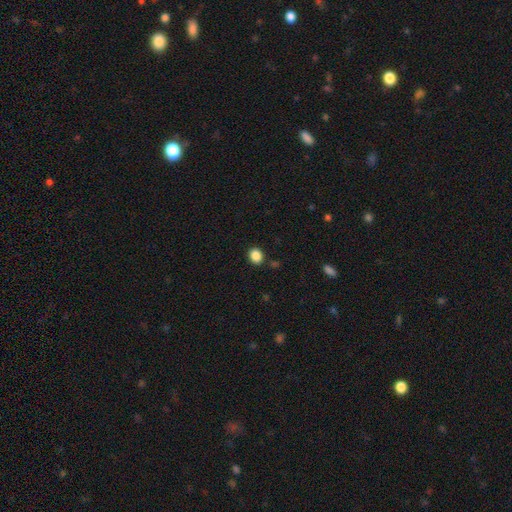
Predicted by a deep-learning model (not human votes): smooth-or-featured: smooth: 87% | star or artifact: 10% | featured or disk: 3%
  how-rounded: round: 57% | in between: 43% | cigar-shaped: 1%
  merging: none: 86% | minor disturbance: 8% | merger: 3% | major disturbance: 2%